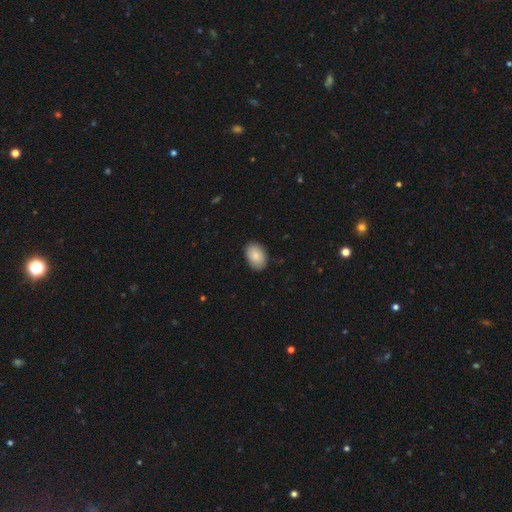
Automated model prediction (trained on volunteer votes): smooth_or_featured: smooth (p=0.87) [alt: featured or disk p=0.07]
how_rounded: in between (p=0.88) [alt: round p=0.11]
merging: none (p=0.87) [alt: minor disturbance p=0.10]